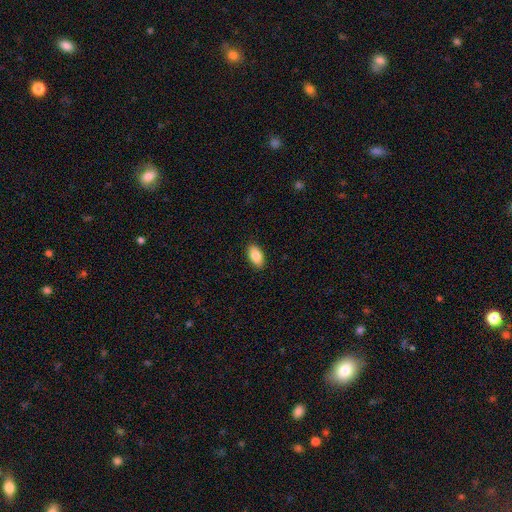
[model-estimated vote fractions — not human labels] Overall: smooth (87%). How rounded: in between (94%). Merging: none (90%).